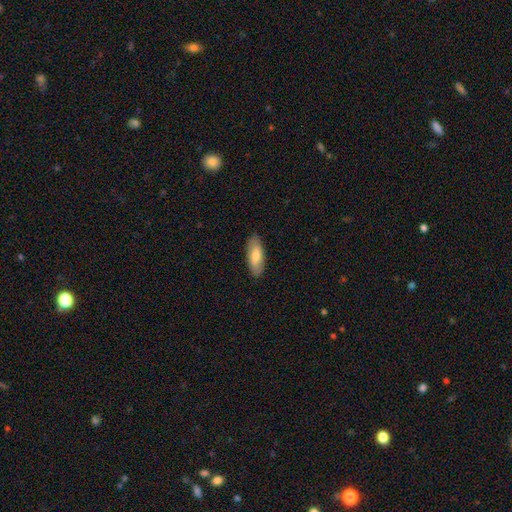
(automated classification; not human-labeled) Smooth or featured? smooth (68%)
How rounded? in between (77%)
Merging? none (88%)